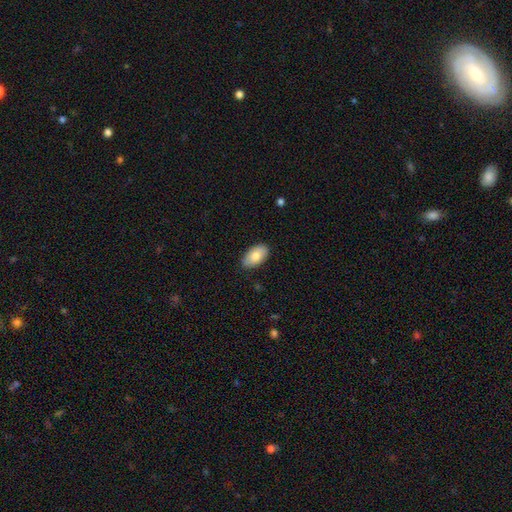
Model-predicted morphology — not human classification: Overall: smooth (80%). How rounded: in between (94%). Merging: none (82%).